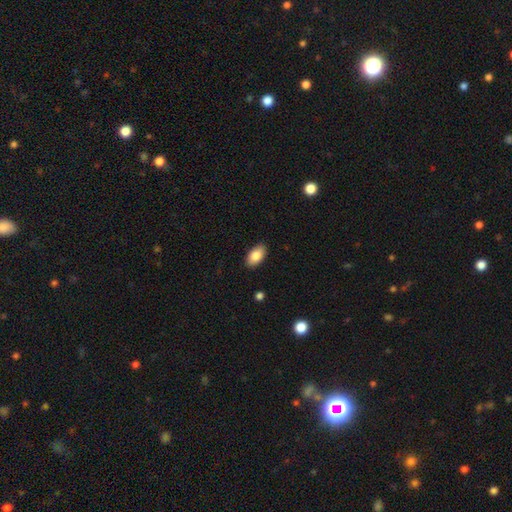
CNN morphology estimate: Overall: smooth (85%). How rounded: in between (94%). Merging: none (88%).